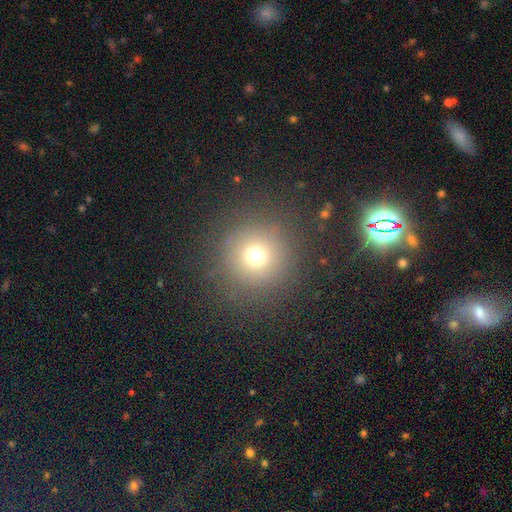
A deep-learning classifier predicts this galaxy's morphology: This is likely a smooth galaxy (71%). How rounded: clearly round (95%). Merging: clearly none (86%).